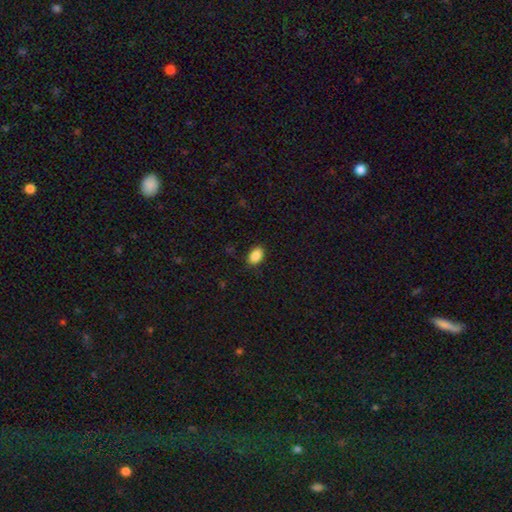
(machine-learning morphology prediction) type=smooth (89%); roundness=in between (86%); merging=none (85%).